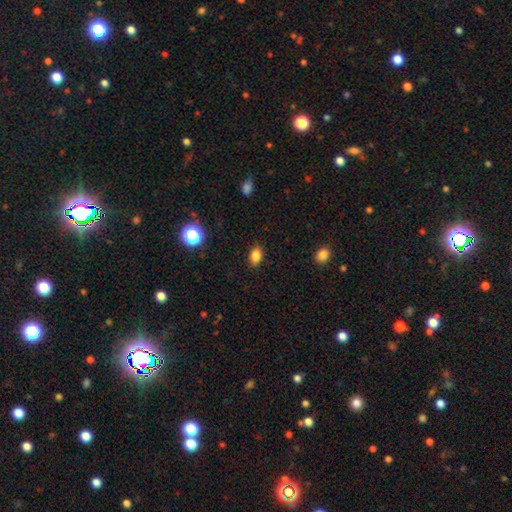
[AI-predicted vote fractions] Smooth or featured? smooth (84%)
How rounded? in between (79%)
Merging? none (87%)